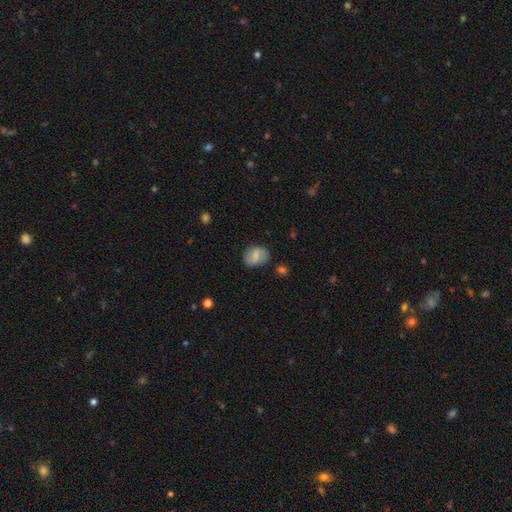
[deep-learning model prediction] Q: Smooth or featured?
A: smooth (56%); runner-up: featured or disk (36%)
Q: How rounded?
A: in between (61%); runner-up: round (37%)
Q: Merging?
A: none (75%); runner-up: minor disturbance (17%)